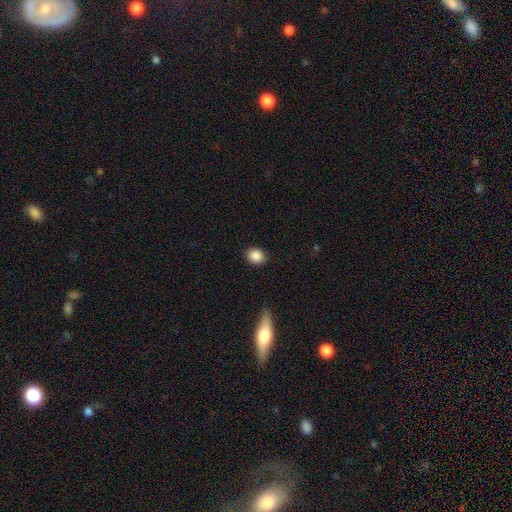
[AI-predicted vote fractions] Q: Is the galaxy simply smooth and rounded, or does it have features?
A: smooth — 88%.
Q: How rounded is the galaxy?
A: round — 62%.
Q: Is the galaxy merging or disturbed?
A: none — 89%.